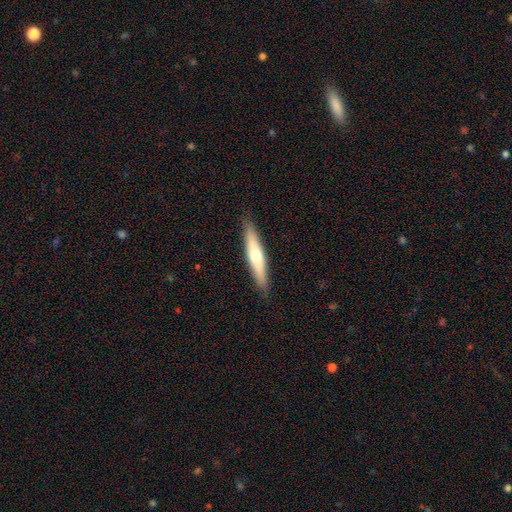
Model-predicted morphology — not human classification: Smooth or featured? smooth (49%)
Merging? none (89%)